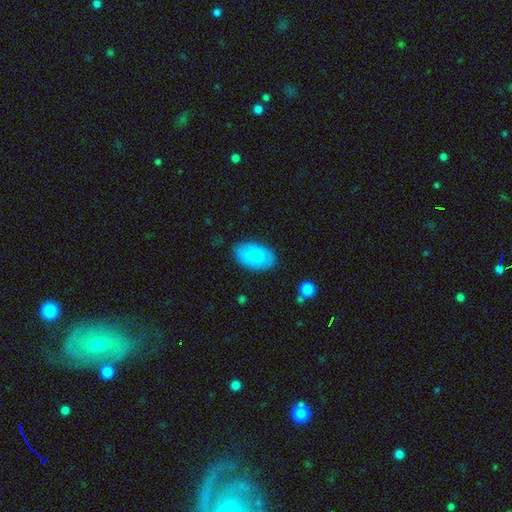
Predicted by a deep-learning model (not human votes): This appears to be a smooth galaxy with no disk features (79%) that is in between round and cigar-shaped (93%). Merging: none (78%).